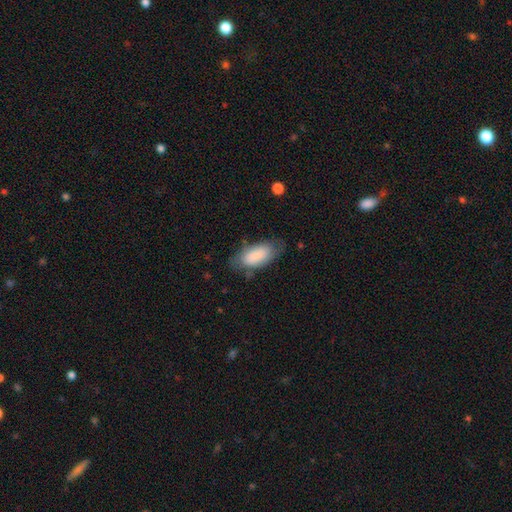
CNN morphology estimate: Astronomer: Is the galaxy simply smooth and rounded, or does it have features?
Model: smooth — 82%.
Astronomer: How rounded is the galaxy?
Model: in between — 91%.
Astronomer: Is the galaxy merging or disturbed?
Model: none — 64%.